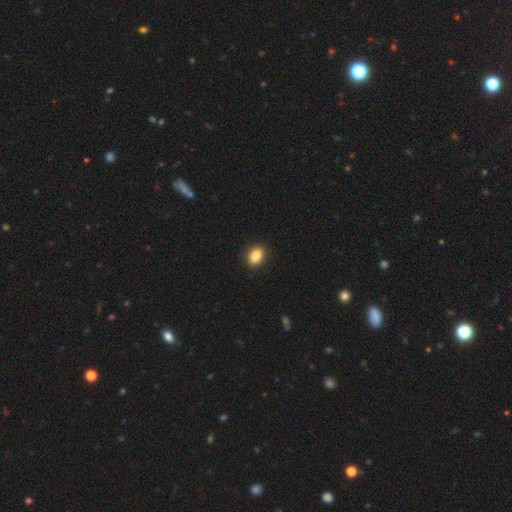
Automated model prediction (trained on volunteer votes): Overall: smooth (87%). How rounded: in between (81%). Merging: none (89%).